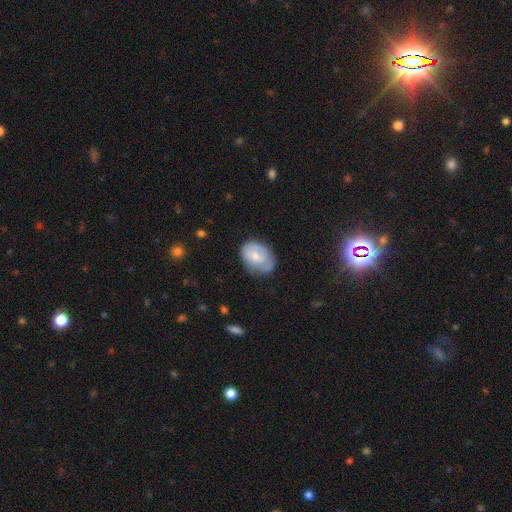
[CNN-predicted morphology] Smooth or featured? Predicted: smooth (p=0.49). Merging? Predicted: none (p=0.63).